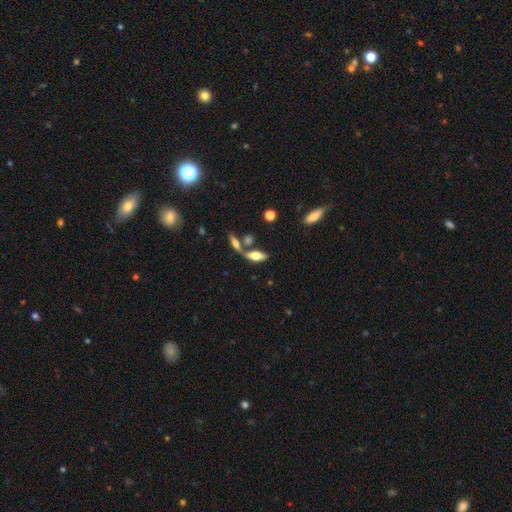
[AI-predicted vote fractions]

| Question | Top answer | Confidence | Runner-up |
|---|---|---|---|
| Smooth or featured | smooth | 51% | featured or disk (40%) |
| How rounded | in between | 66% | cigar-shaped (31%) |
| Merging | none | 50% | merger (33%) |